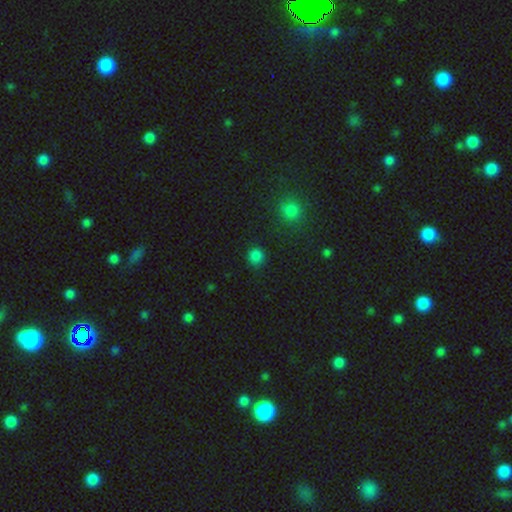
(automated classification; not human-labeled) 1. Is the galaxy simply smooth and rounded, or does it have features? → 81% smooth, 16% star or artifact, 3% featured or disk.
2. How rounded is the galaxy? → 90% round, 9% in between, 1% cigar-shaped.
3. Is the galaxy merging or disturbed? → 86% none, 9% minor disturbance, 3% major disturbance, 2% merger.